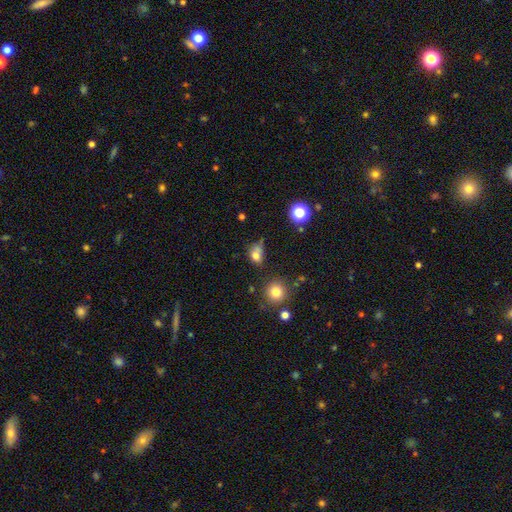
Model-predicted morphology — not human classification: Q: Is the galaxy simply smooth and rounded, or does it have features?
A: smooth — 74%.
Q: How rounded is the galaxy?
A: in between — 58%.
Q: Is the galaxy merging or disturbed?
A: none — 46%.